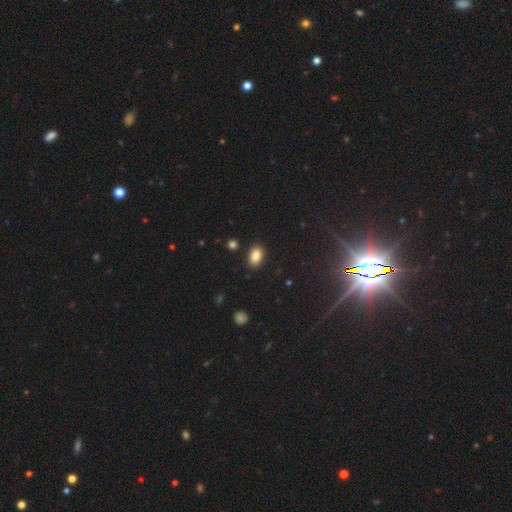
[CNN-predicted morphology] smooth_or_featured: smooth (p=0.86) [alt: star or artifact p=0.09]
how_rounded: in between (p=0.89) [alt: round p=0.10]
merging: none (p=0.87) [alt: minor disturbance p=0.09]